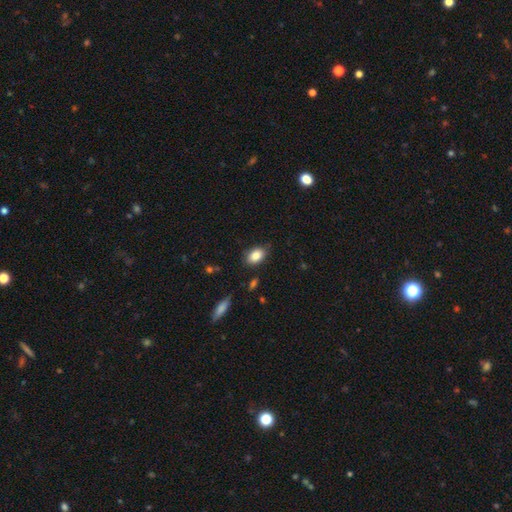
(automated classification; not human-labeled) Smooth or featured?
  - smooth: 86% *
  - star or artifact: 8%
  - featured or disk: 7%
How rounded?
  - in between: 86% *
  - round: 13%
  - cigar-shaped: 1%
Merging?
  - none: 83% *
  - minor disturbance: 12%
  - major disturbance: 3%
  - merger: 2%